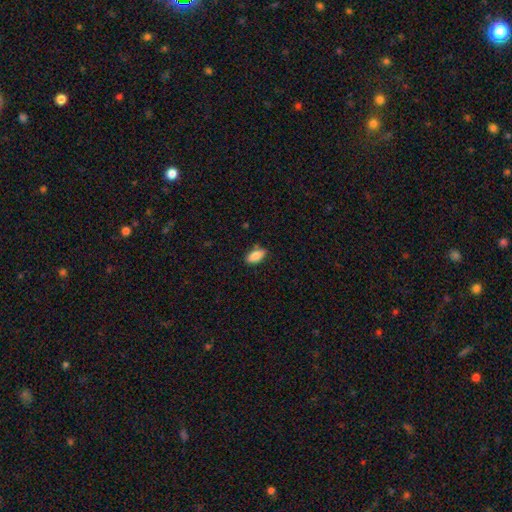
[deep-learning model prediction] Smooth or featured: smooth — 82% (featured or disk — 11%)
How rounded: in between — 85% (cigar-shaped — 12%)
Merging: none — 80% (minor disturbance — 15%)